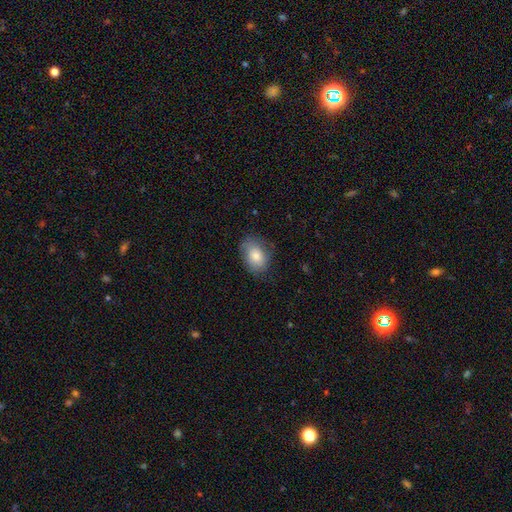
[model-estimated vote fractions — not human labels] smooth-or-featured: smooth: 75% | featured or disk: 17% | star or artifact: 8%
  how-rounded: in between: 77% | round: 22% | cigar-shaped: 1%
  merging: none: 71% | minor disturbance: 22% | major disturbance: 6% | merger: 1%